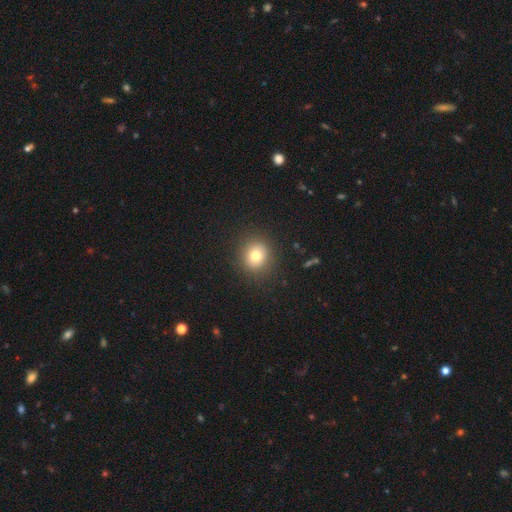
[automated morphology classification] This is likely a smooth galaxy (76%). How rounded: clearly round (82%). Merging: clearly none (89%).